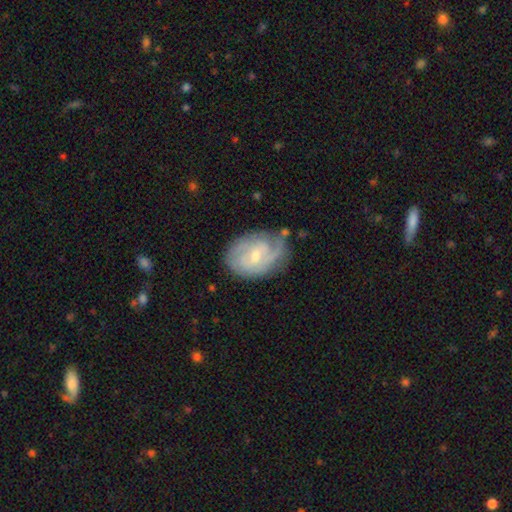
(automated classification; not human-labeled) This is likely a featured or disk galaxy (77%). It is clearly not viewed edge-on (96%). Bar: possibly weak (47%). Spiral arm pattern: clearly yes (90%). Spiral arm count: marginally can't tell (34%). Spiral winding: possibly tight (55%). Central bulge: possibly small (48%, tied with moderate). Merging: likely none (63%).